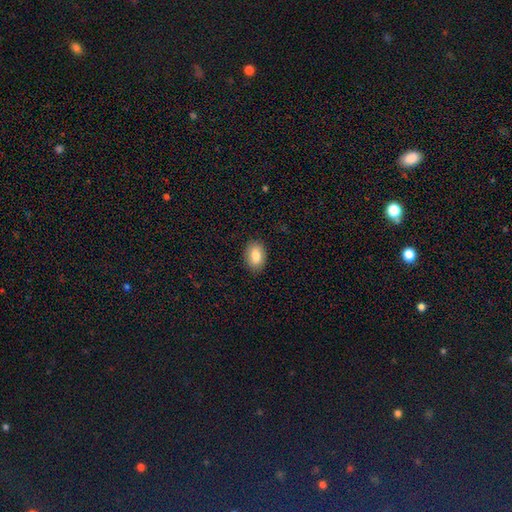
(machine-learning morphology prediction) Smooth or featured? smooth (82%)
How rounded? in between (82%)
Merging? none (87%)